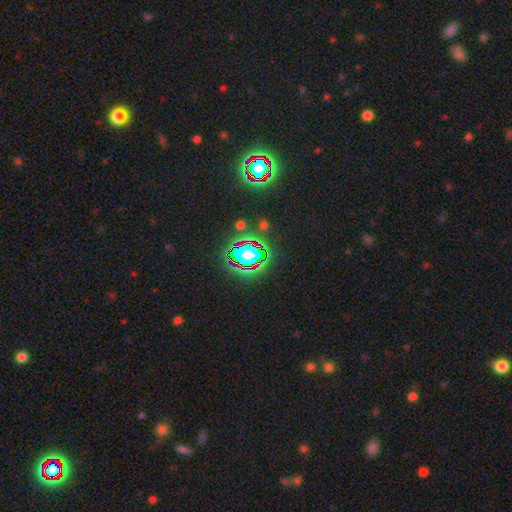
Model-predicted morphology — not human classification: Q: Smooth or featured?
A: star or artifact (82%); runner-up: smooth (11%)